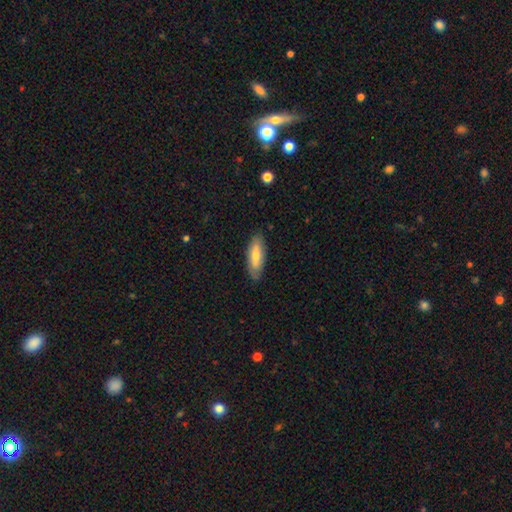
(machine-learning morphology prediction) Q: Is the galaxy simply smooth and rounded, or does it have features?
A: smooth — 69%.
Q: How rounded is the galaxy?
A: in between — 64%.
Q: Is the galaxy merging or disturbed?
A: none — 84%.